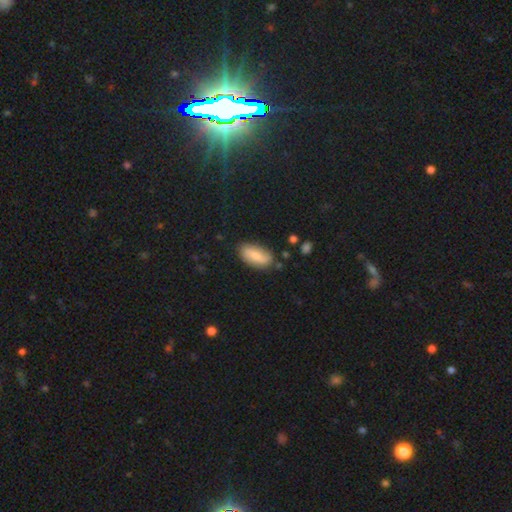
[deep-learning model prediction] Morphology: type=smooth (62%); roundness=in between (89%); merging=none (78%).